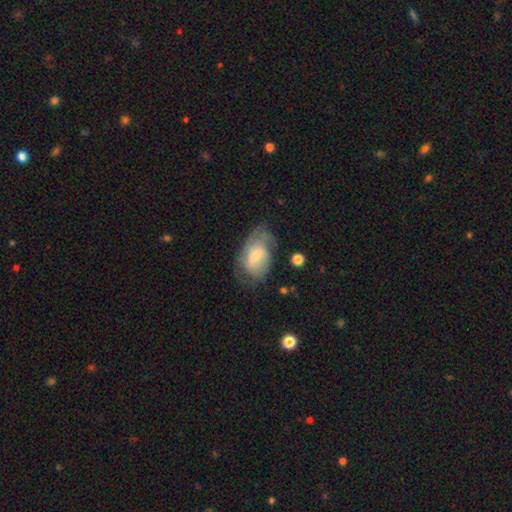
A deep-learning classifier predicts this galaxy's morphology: type=featured or disk (53%); edge-on=no (95%); bar=no (51%); spiral arms=yes (72%); bulge=small (58%); merging=none (53%).